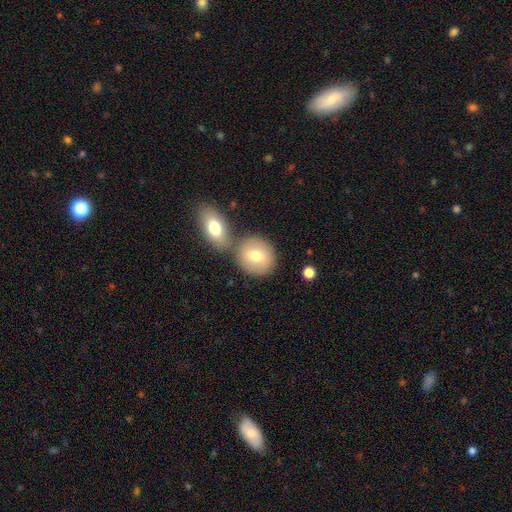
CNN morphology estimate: smooth 76%, featured or disk 16%, star or artifact 7%. Down the decision tree: how rounded — round (83%); merging — none (58%).